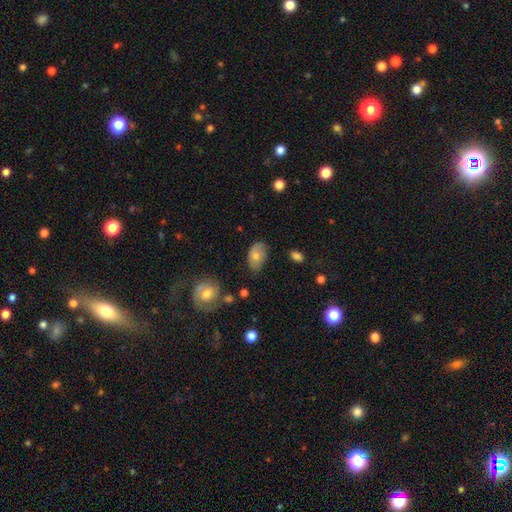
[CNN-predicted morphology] Q: Smooth or featured?
A: smooth (65%); runner-up: featured or disk (26%)
Q: How rounded?
A: in between (87%); runner-up: round (11%)
Q: Merging?
A: none (62%); runner-up: minor disturbance (29%)